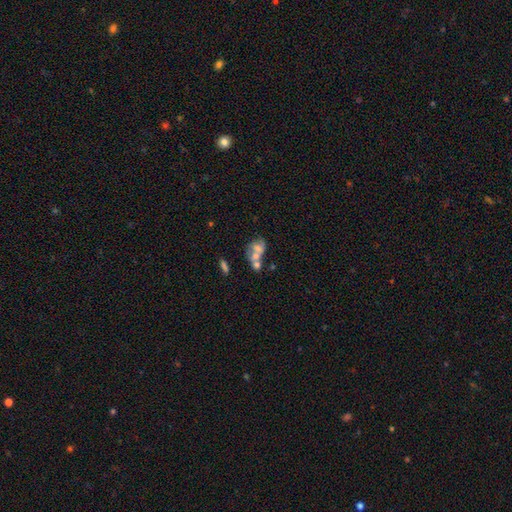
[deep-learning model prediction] A smooth galaxy with no disk features (48%).

Vote fractions:
- Smooth or featured? smooth: 48% / featured or disk: 41% / star or artifact: 12%
- Merging? merger: 56% / none: 20% / major disturbance: 13% / minor disturbance: 11%